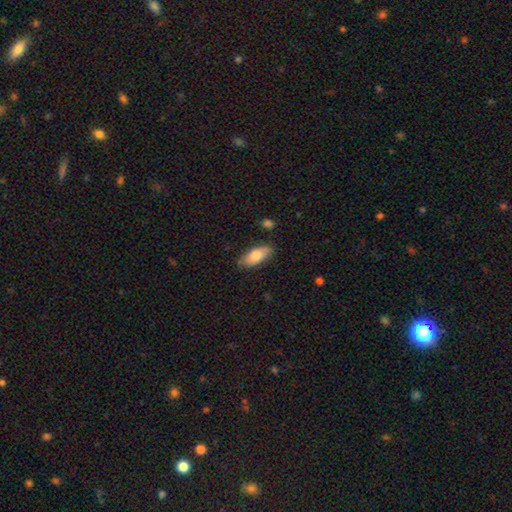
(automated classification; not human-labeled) A smooth galaxy with no disk features (79%) that is in between round and cigar-shaped (84%).

Vote fractions:
- Smooth or featured? smooth: 79% / featured or disk: 15% / star or artifact: 6%
- How rounded? in between: 84% / cigar-shaped: 14% / round: 2%
- Merging? none: 79% / minor disturbance: 16% / major disturbance: 3% / merger: 2%